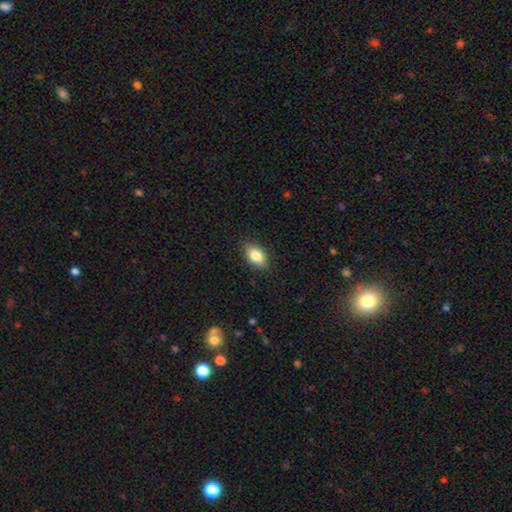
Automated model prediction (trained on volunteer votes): smooth 83%, featured or disk 9%, star or artifact 8%. Down the decision tree: how rounded — in between (87%); merging — none (86%).